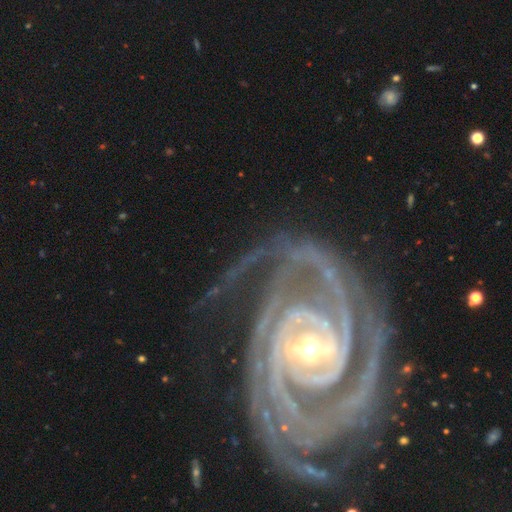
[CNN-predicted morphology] Smooth or featured: featured or disk — 92% (star or artifact — 5%)
Edge-on disk: no — 97% (yes — 3%)
Bar: strong — 40% (weak — 33%)
Spiral arms: yes — 98% (no — 2%)
Spiral winding: tight — 73% (medium — 23%)
Spiral arm count: 2 — 31% (3 — 22%)
Bulge size: small — 59% (moderate — 36%)
Merging: none — 67% (minor disturbance — 17%)